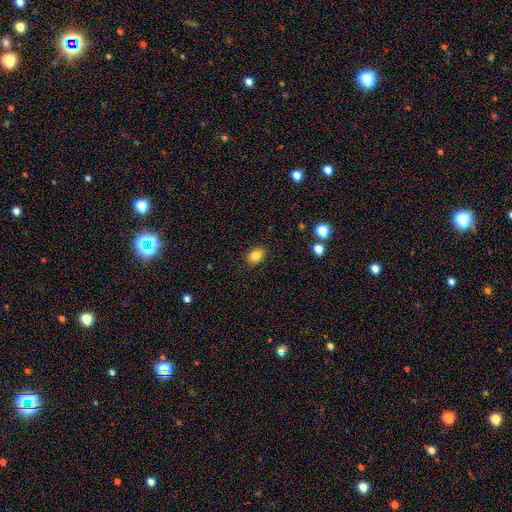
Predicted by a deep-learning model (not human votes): A smooth galaxy with no disk features (83%) that is in between round and cigar-shaped (73%). Merging: none (86%).